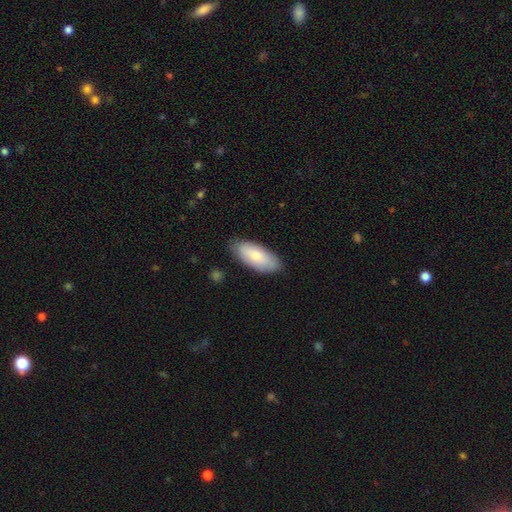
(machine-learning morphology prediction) smooth 77%, featured or disk 18%, star or artifact 5%. Down the decision tree: how rounded — in between (87%); merging — none (81%).